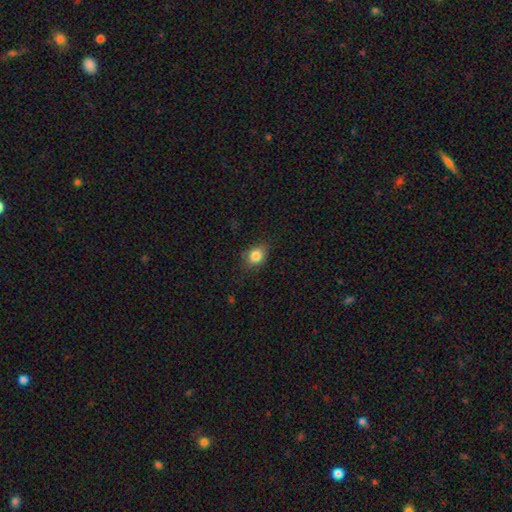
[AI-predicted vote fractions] A smooth galaxy with no disk features (83%) that is in between round and cigar-shaped (53%). Merging: none (75%).